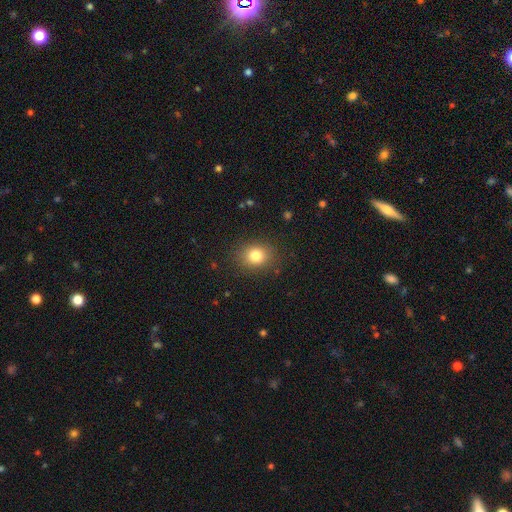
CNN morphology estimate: A smooth galaxy with no disk features (81%) that is round (63%). Merging: none (86%).